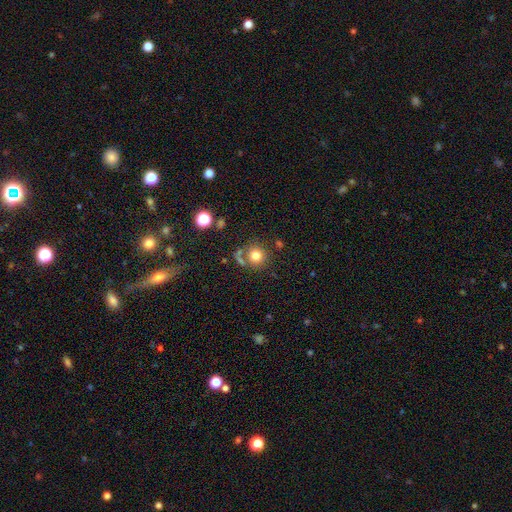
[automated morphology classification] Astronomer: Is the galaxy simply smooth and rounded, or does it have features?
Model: smooth — 78%.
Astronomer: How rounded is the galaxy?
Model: round — 90%.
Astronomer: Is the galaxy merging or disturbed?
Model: none — 68%.